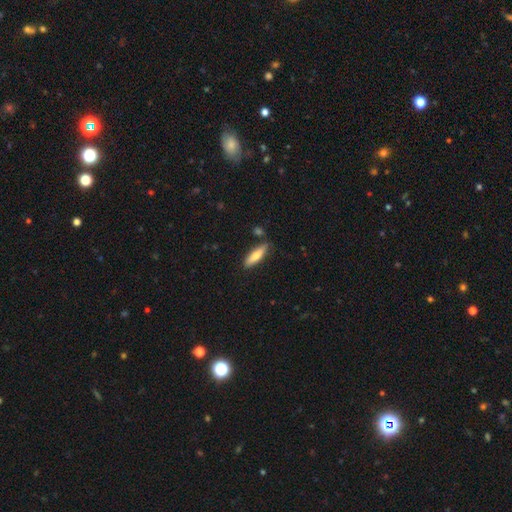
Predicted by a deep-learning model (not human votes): A smooth galaxy with no disk features (68%) that is cigar-shaped (66%). Merging: none (82%).